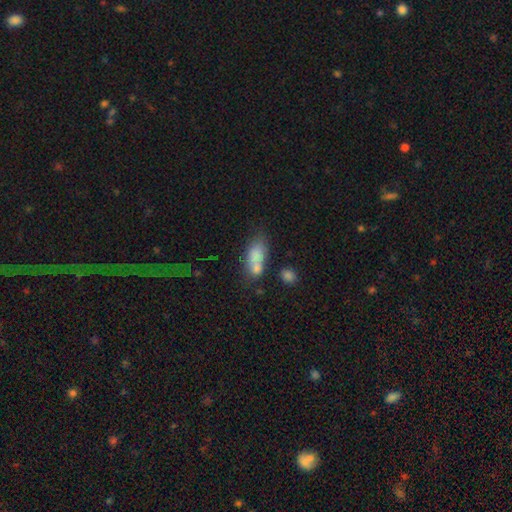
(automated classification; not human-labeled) Q: Smooth or featured?
A: smooth (76%); runner-up: featured or disk (15%)
Q: How rounded?
A: in between (81%); runner-up: cigar-shaped (11%)
Q: Merging?
A: none (38%); runner-up: merger (37%)